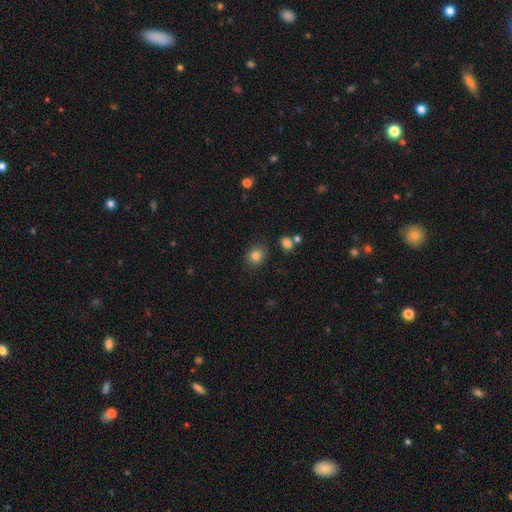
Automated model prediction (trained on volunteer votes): Smooth or featured: smooth — 83% (star or artifact — 11%)
How rounded: round — 70% (in between — 29%)
Merging: none — 85% (minor disturbance — 10%)